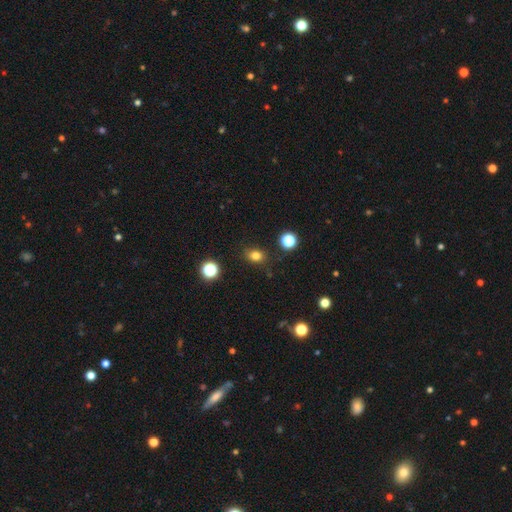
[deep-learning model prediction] Smooth or featured?
  - smooth: 79% *
  - star or artifact: 14%
  - featured or disk: 6%
How rounded?
  - in between: 55% *
  - round: 43%
  - cigar-shaped: 1%
Merging?
  - none: 82% *
  - minor disturbance: 12%
  - major disturbance: 3%
  - merger: 2%